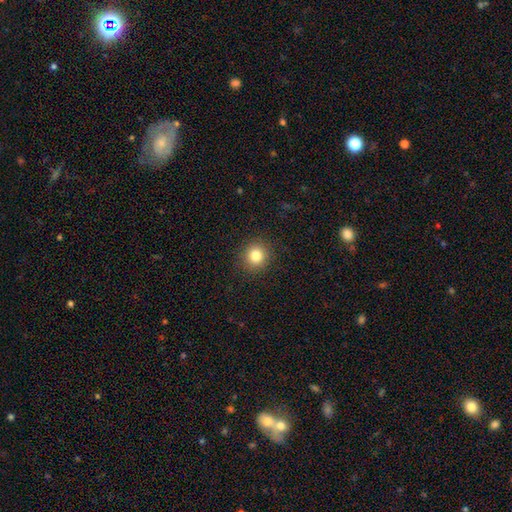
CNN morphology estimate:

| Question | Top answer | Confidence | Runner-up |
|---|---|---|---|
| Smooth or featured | smooth | 82% | star or artifact (11%) |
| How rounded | round | 91% | in between (9%) |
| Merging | none | 91% | minor disturbance (6%) |